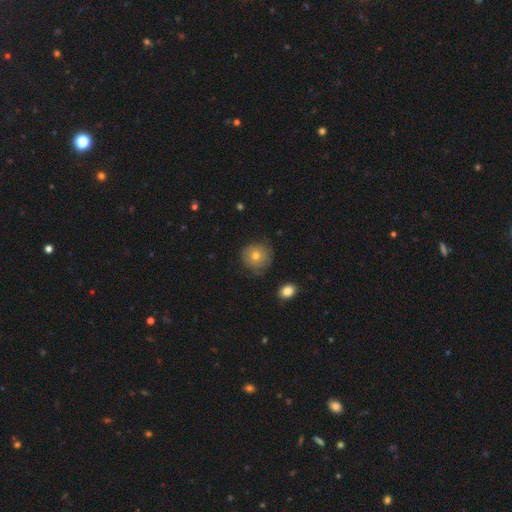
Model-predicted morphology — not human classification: Q: Smooth or featured?
A: smooth (74%); runner-up: featured or disk (16%)
Q: How rounded?
A: round (90%); runner-up: in between (9%)
Q: Merging?
A: none (78%); runner-up: minor disturbance (16%)